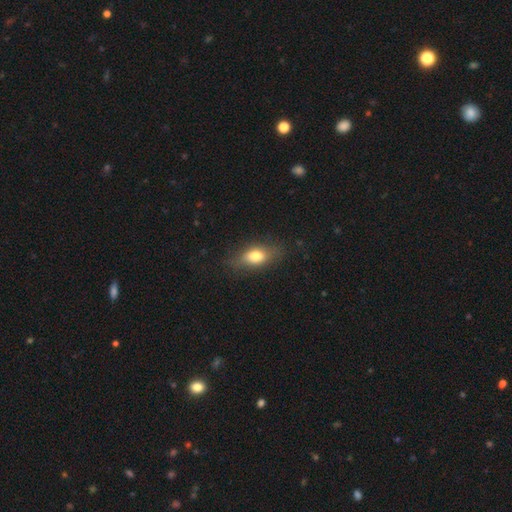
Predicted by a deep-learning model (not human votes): smooth 73%, featured or disk 18%, star or artifact 9%. Down the decision tree: how rounded — in between (78%); merging — none (76%).